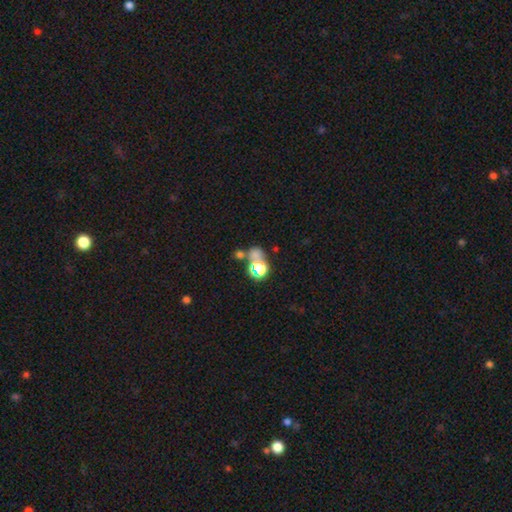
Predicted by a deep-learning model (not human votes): This appears to be a smooth galaxy with no disk features (54%) that is round (69%). Merging: none (44%).